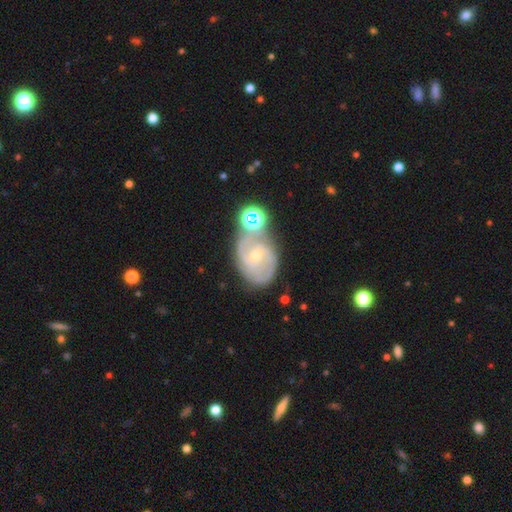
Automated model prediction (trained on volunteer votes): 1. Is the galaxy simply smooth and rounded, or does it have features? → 81% featured or disk, 11% smooth, 9% star or artifact.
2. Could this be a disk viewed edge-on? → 97% no, 3% yes.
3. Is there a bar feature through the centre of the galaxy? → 62% no, 32% weak, 6% strong.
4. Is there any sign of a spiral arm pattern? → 94% yes, 6% no.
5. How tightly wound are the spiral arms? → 48% tight, 42% medium, 11% loose.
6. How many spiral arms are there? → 47% 2, 22% can't tell, 19% 3, 5% 4, 4% 1, 4% more than 4.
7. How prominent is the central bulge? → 69% small, 28% moderate, 1% none, 1% large, 1% dominant.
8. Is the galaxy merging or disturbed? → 52% none, 21% minor disturbance, 18% merger, 9% major disturbance.